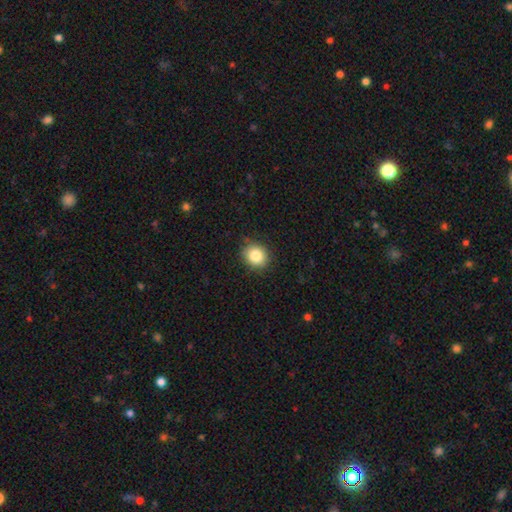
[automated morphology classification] smooth_or_featured: smooth (p=0.84) [alt: star or artifact p=0.10]
how_rounded: round (p=0.76) [alt: in between p=0.23]
merging: none (p=0.87) [alt: minor disturbance p=0.10]